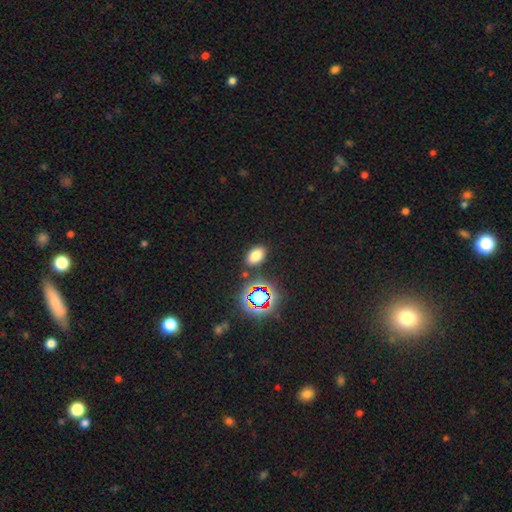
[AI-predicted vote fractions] Smooth or featured: smooth — 74% (star or artifact — 20%)
How rounded: in between — 87% (round — 11%)
Merging: none — 85% (minor disturbance — 9%)